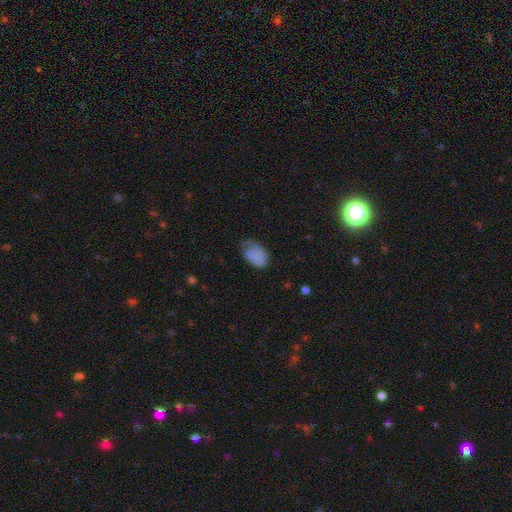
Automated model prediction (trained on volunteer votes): Smooth or featured: smooth — 70% (featured or disk — 21%)
How rounded: in between — 90% (round — 8%)
Merging: minor disturbance — 34% (none — 32%)